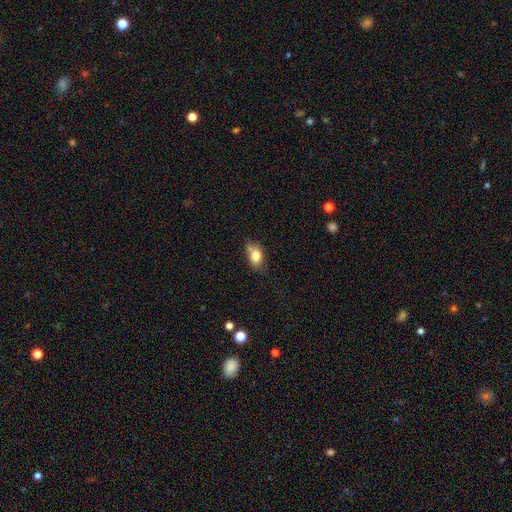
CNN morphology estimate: Overall: smooth (77%). How rounded: in between (79%). Merging: none (51%; minor disturbance 27%).